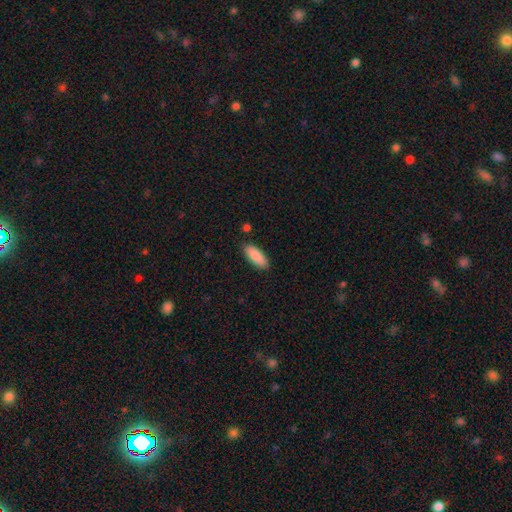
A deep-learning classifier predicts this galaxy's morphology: A smooth galaxy with no disk features (89%) that is in between round and cigar-shaped (76%).

Vote fractions:
- Smooth or featured? smooth: 89% / star or artifact: 6% / featured or disk: 5%
- How rounded? in between: 76% / cigar-shaped: 23% / round: 2%
- Merging? none: 86% / minor disturbance: 10% / major disturbance: 2% / merger: 2%